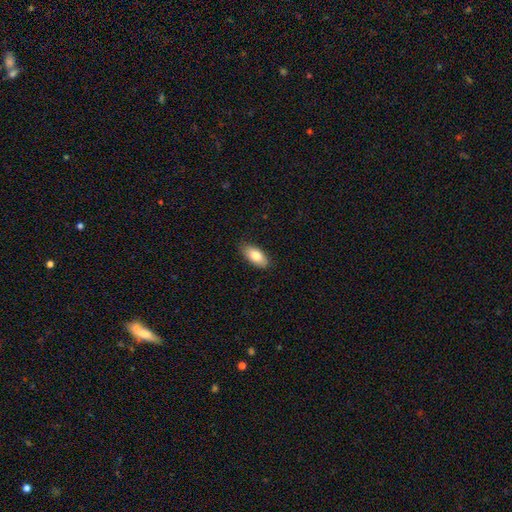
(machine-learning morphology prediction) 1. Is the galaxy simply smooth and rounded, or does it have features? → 81% smooth, 12% featured or disk, 6% star or artifact.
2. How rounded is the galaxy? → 89% in between, 9% cigar-shaped, 2% round.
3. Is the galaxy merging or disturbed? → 87% none, 11% minor disturbance, 2% major disturbance, 1% merger.